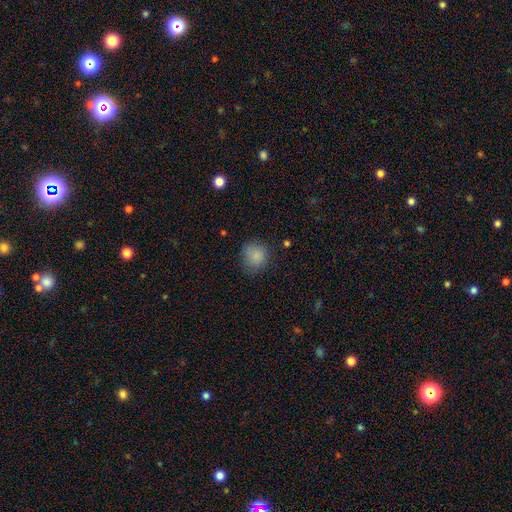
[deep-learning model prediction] smooth 85%, star or artifact 10%, featured or disk 6%. Down the decision tree: how rounded — round (82%); merging — none (74%).